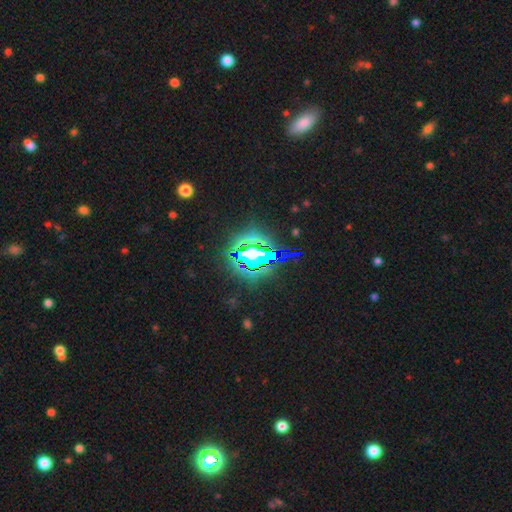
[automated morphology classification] Smooth or featured? star or artifact (71%)